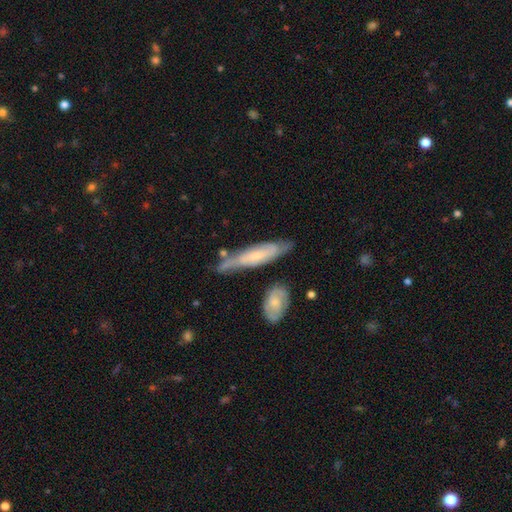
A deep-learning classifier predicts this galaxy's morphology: Q: Smooth or featured?
A: featured or disk (58%); runner-up: smooth (35%)
Q: Edge-on disk?
A: no (56%); runner-up: yes (44%)
Q: Merging?
A: none (58%); runner-up: minor disturbance (25%)